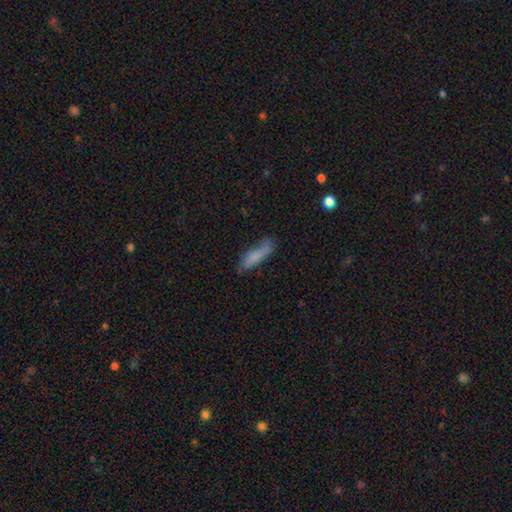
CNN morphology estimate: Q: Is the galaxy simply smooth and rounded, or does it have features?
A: smooth — 70%.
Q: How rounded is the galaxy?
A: cigar-shaped — 63%.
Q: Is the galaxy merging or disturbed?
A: none — 54%.